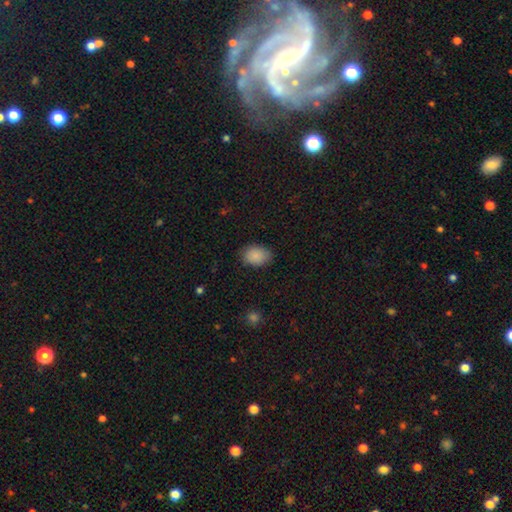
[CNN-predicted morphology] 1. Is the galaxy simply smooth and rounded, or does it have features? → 89% smooth, 8% star or artifact, 4% featured or disk.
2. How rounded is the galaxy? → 79% in between, 20% round, 1% cigar-shaped.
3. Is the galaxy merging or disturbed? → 82% none, 14% minor disturbance, 3% major disturbance, 1% merger.